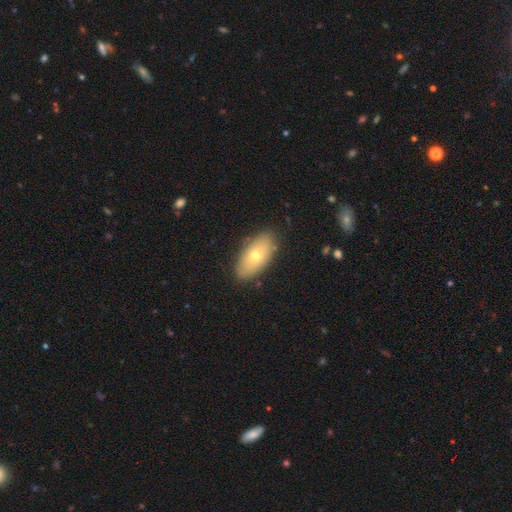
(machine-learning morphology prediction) Q: Smooth or featured?
A: smooth (66%); runner-up: featured or disk (26%)
Q: How rounded?
A: in between (91%); runner-up: cigar-shaped (5%)
Q: Merging?
A: none (85%); runner-up: minor disturbance (11%)